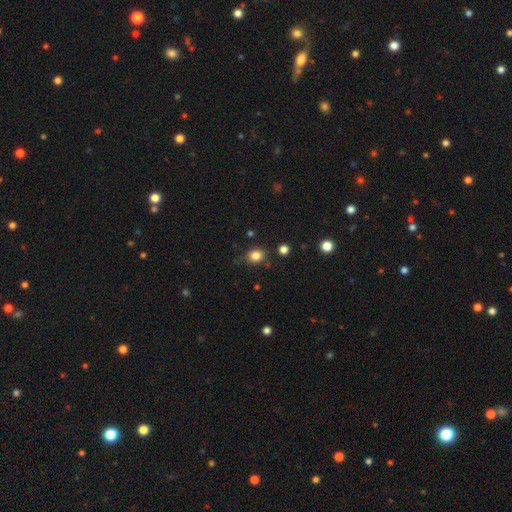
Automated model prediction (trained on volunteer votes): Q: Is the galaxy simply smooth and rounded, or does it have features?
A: smooth — 83%.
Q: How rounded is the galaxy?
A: round — 66%.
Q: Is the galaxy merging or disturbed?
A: none — 78%.